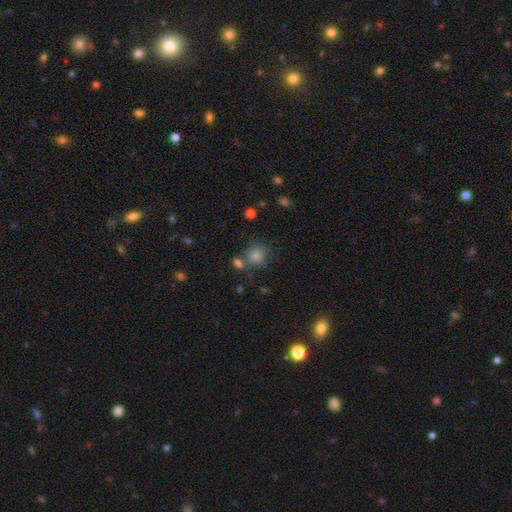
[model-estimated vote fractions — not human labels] Overall: smooth (72%). How rounded: round (85%). Merging: none (67%).